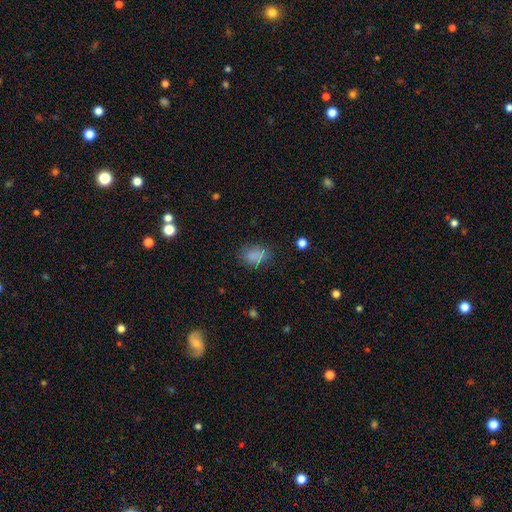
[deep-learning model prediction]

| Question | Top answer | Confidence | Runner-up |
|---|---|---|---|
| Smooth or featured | smooth | 80% | star or artifact (13%) |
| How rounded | in between | 81% | round (17%) |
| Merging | none | 73% | minor disturbance (18%) |